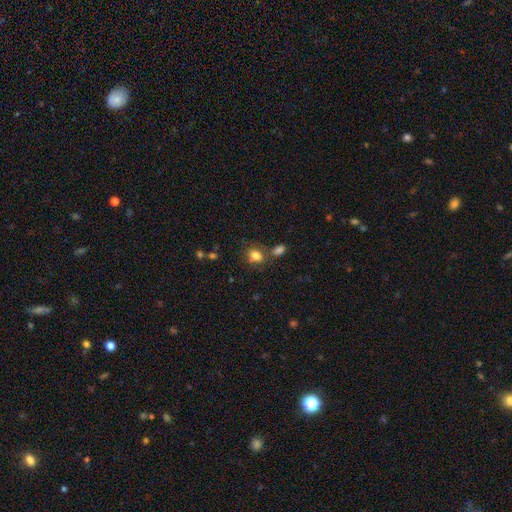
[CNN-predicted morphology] Smooth or featured: smooth — 80% (star or artifact — 11%)
How rounded: in between — 53% (round — 45%)
Merging: none — 58% (merger — 19%)